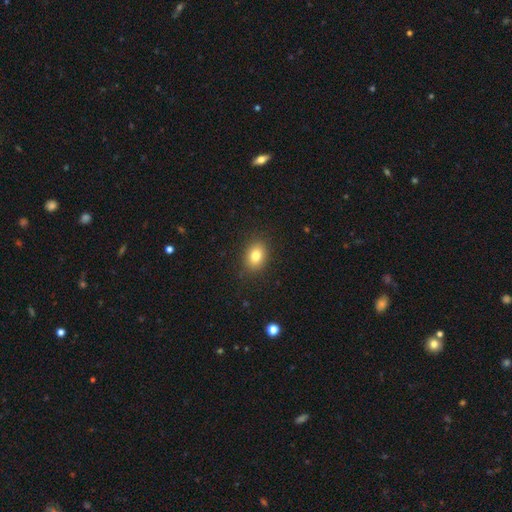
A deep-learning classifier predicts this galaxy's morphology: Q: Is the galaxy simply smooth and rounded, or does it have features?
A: smooth — 82%.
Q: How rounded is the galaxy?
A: in between — 69%.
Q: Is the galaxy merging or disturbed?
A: none — 88%.